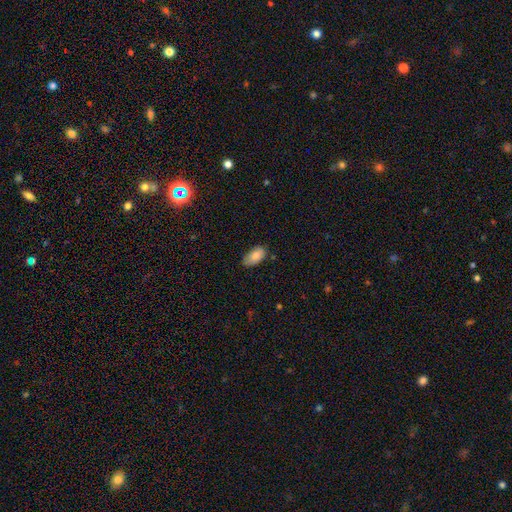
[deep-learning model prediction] Overall: smooth (83%). How rounded: in between (94%). Merging: none (71%).